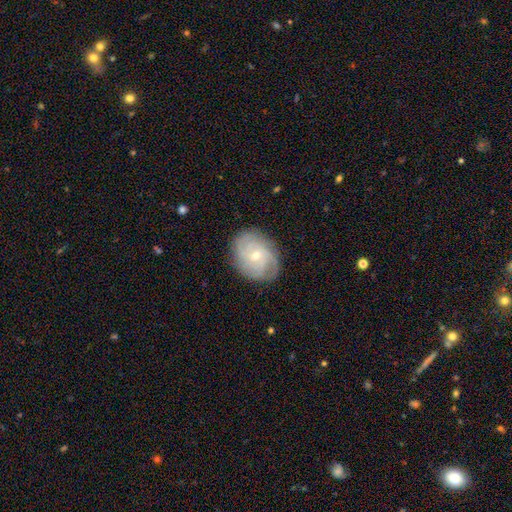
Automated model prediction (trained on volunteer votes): Smooth or featured: featured or disk — 69% (smooth — 23%)
Edge-on disk: no — 97% (yes — 3%)
Bar: no — 72% (weak — 24%)
Spiral arms: yes — 90% (no — 10%)
Spiral winding: tight — 60% (medium — 30%)
Spiral arm count: can't tell — 39% (3 — 19%)
Bulge size: small — 67% (moderate — 30%)
Merging: none — 78% (minor disturbance — 16%)